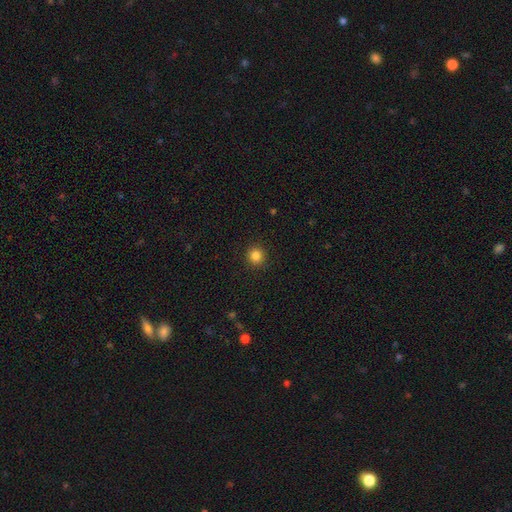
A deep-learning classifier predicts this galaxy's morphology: Smooth or featured: smooth — 84% (star or artifact — 12%)
How rounded: round — 94% (in between — 5%)
Merging: none — 92% (minor disturbance — 5%)